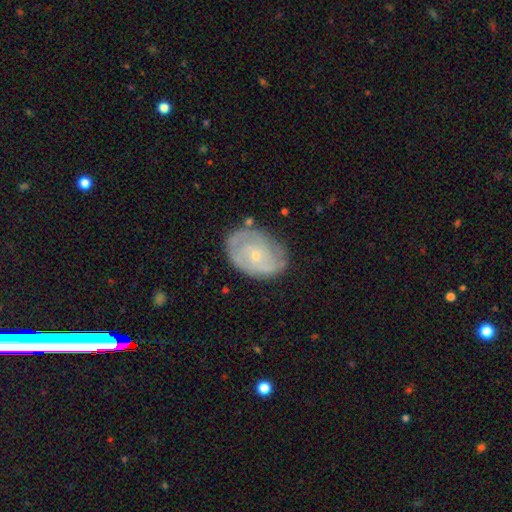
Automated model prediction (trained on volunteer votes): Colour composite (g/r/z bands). It shows a featured or disk galaxy (65%) with no bar (80%), spiral arms (72%) and a small central bulge (74%). Merging: none (70%).